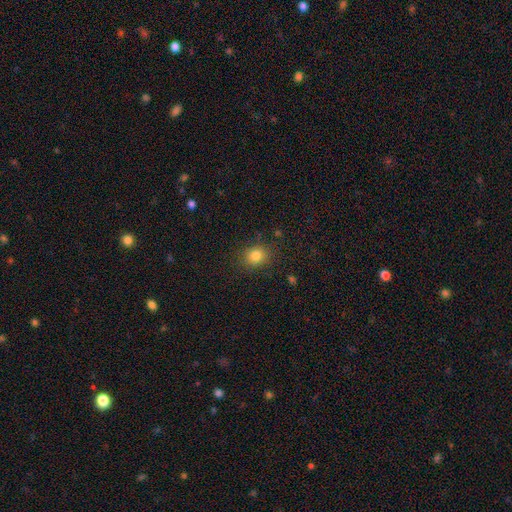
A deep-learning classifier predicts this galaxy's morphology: This appears to be a smooth galaxy with no disk features (81%) that is round (67%). Merging: none (86%).